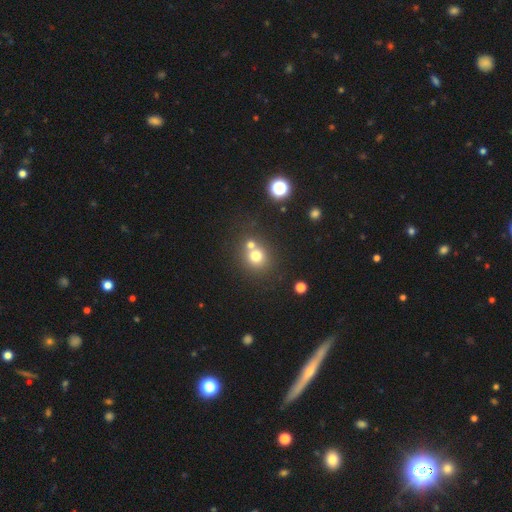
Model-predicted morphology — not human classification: Smooth or featured?
  - smooth: 72% *
  - star or artifact: 16%
  - featured or disk: 12%
How rounded?
  - round: 86% *
  - in between: 13%
  - cigar-shaped: 1%
Merging?
  - none: 52% *
  - merger: 38%
  - minor disturbance: 7%
  - major disturbance: 3%